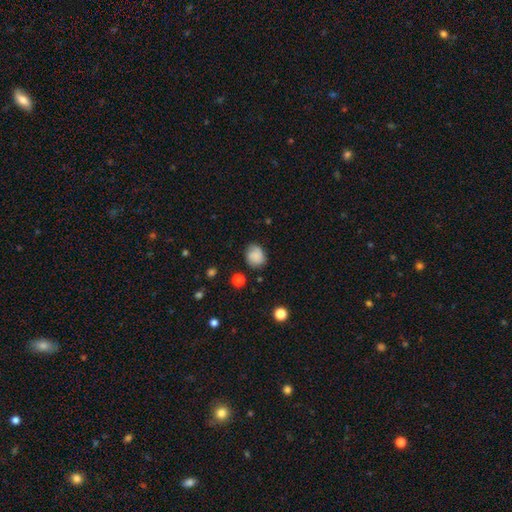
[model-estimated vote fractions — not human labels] Q: Smooth or featured?
A: smooth (76%); runner-up: featured or disk (14%)
Q: How rounded?
A: round (63%); runner-up: in between (36%)
Q: Merging?
A: none (72%); runner-up: minor disturbance (21%)